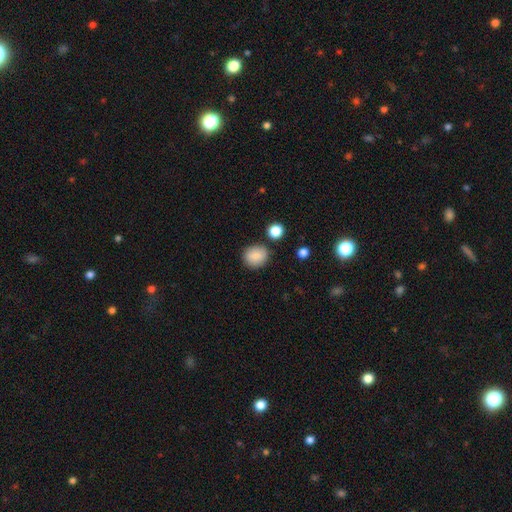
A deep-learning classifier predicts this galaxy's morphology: smooth 85%, star or artifact 9%, featured or disk 6%. Down the decision tree: how rounded — round (72%); merging — none (82%).